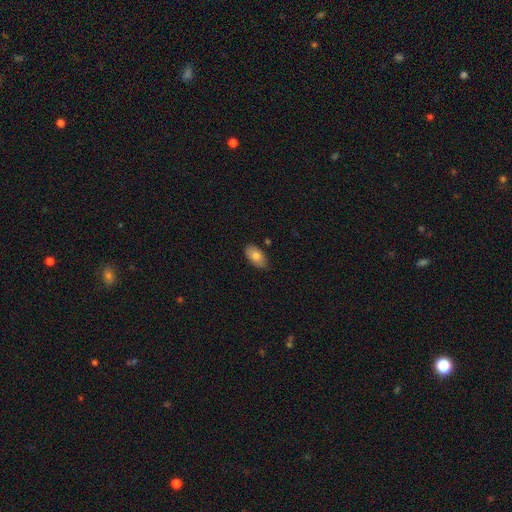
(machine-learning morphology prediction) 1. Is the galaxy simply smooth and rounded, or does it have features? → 79% smooth, 14% featured or disk, 7% star or artifact.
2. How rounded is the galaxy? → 93% in between, 4% round, 3% cigar-shaped.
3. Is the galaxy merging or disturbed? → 81% none, 15% minor disturbance, 2% major disturbance, 2% merger.